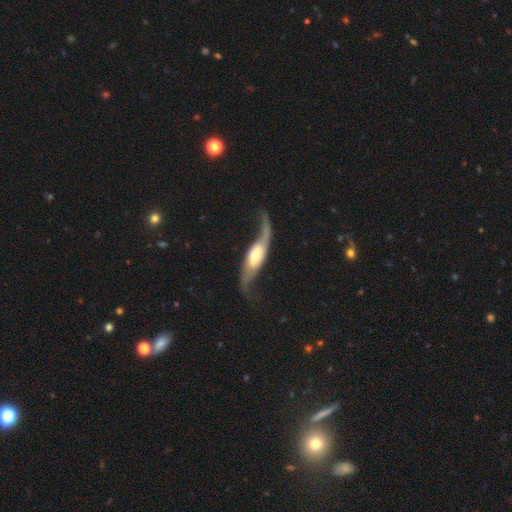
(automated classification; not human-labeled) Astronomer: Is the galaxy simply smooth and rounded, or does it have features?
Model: featured or disk — 75%.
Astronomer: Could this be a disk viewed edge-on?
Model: no — 75%.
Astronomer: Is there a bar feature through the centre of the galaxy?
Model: no — 50% (runner-up: weak, 32%).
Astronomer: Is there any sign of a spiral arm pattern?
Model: yes — 87%.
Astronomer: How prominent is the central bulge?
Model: moderate — 58%.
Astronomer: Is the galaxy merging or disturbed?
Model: none — 48% (runner-up: major disturbance, 28%).